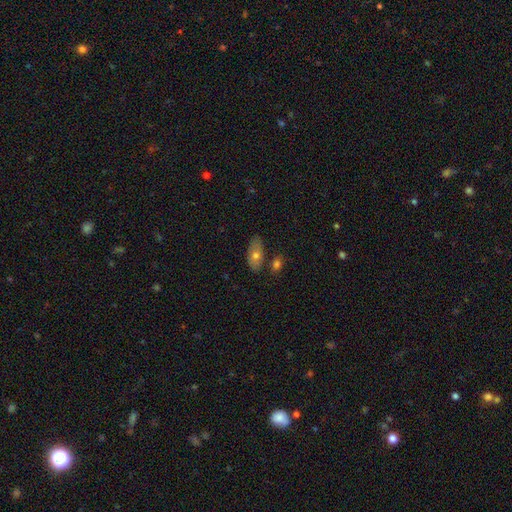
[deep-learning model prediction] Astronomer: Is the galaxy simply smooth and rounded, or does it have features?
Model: smooth — 67%.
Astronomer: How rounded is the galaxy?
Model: in between — 88%.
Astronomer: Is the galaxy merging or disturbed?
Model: none — 70%.